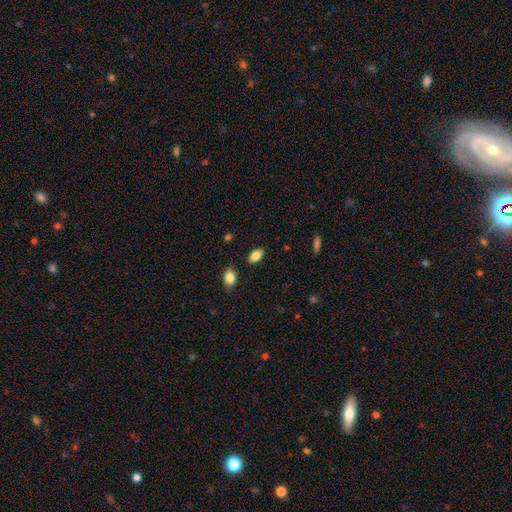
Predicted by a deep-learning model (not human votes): Smooth or featured?
  - smooth: 84% *
  - star or artifact: 8%
  - featured or disk: 8%
How rounded?
  - in between: 91% *
  - round: 7%
  - cigar-shaped: 2%
Merging?
  - none: 86% *
  - minor disturbance: 10%
  - major disturbance: 2%
  - merger: 2%